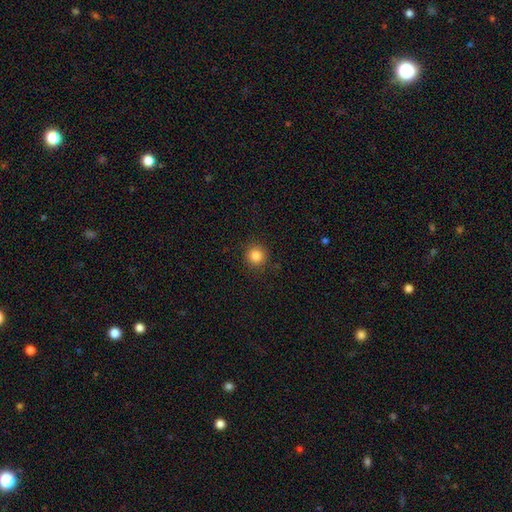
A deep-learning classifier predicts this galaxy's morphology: Smooth or featured? Predicted: smooth (p=0.85). How rounded? Predicted: round (p=0.94). Merging? Predicted: none (p=0.90).